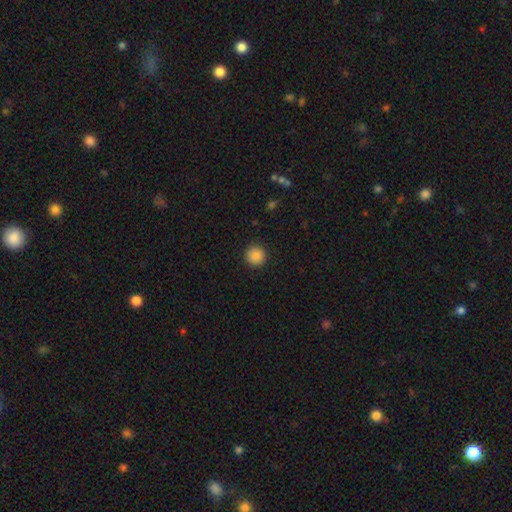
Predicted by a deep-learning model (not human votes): Q: Smooth or featured?
A: smooth (87%); runner-up: star or artifact (9%)
Q: How rounded?
A: round (95%); runner-up: in between (4%)
Q: Merging?
A: none (92%); runner-up: minor disturbance (5%)